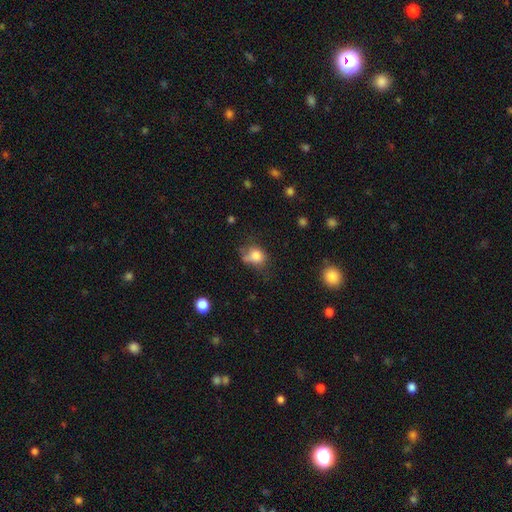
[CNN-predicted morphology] smooth 78%, star or artifact 12%, featured or disk 11%. Down the decision tree: how rounded — round (54%); merging — none (43%).